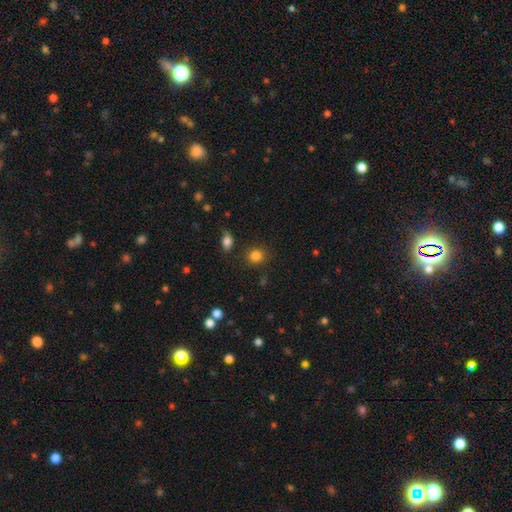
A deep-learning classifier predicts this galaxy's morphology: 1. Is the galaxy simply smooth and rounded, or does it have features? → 84% smooth, 11% star or artifact, 5% featured or disk.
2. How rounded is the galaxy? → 76% round, 23% in between, 1% cigar-shaped.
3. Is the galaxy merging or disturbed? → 82% none, 11% minor disturbance, 4% merger, 3% major disturbance.